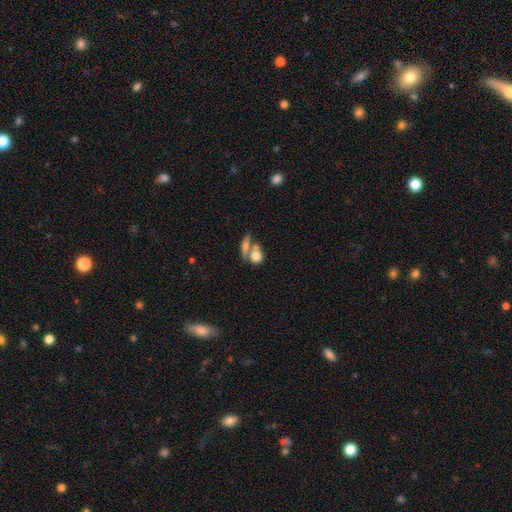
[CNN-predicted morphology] Smooth or featured? smooth (74%)
How rounded? round (52%)
Merging? merger (51%)